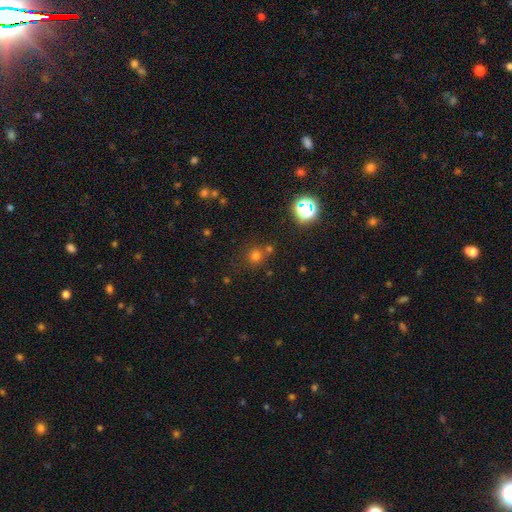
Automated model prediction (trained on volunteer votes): This is likely a smooth galaxy (67%). How rounded: clearly round (91%). Merging: likely none (68%).